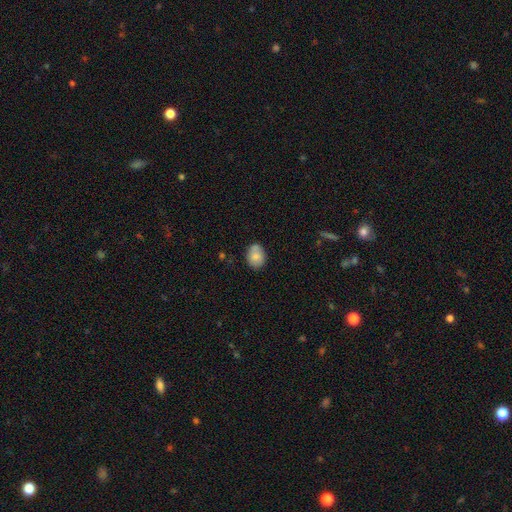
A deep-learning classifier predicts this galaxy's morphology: The model was most divided on "how rounded": in between: 56%, round: 43%, cigar-shaped: 1%. More confident: smooth or featured — smooth (79%); merging — none (69%).